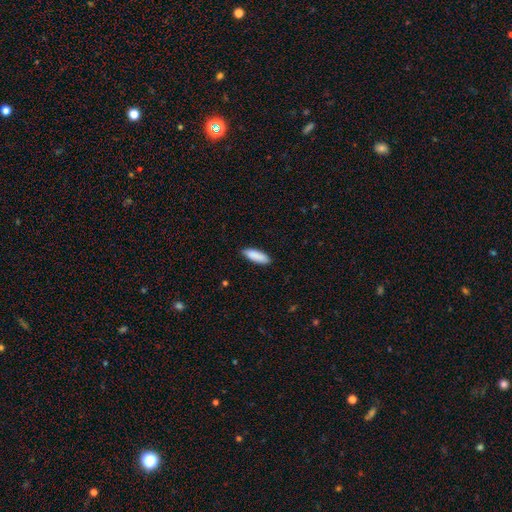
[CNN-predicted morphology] smooth 90%, star or artifact 6%, featured or disk 4%. Down the decision tree: how rounded — in between (55%); merging — none (89%).